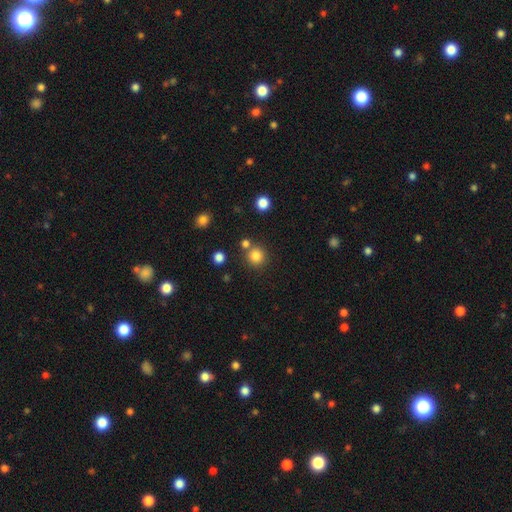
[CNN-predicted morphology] smooth-or-featured: smooth: 83% | star or artifact: 13% | featured or disk: 5%
  how-rounded: round: 92% | in between: 7% | cigar-shaped: 1%
  merging: none: 76% | merger: 14% | minor disturbance: 7% | major disturbance: 3%